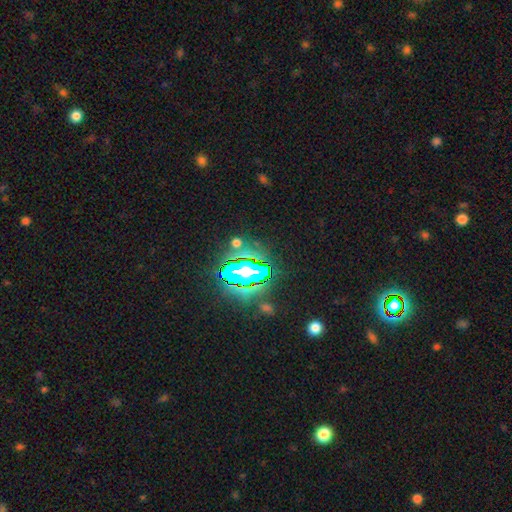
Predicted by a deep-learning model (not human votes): A star or artifact, not a galaxy (83%).